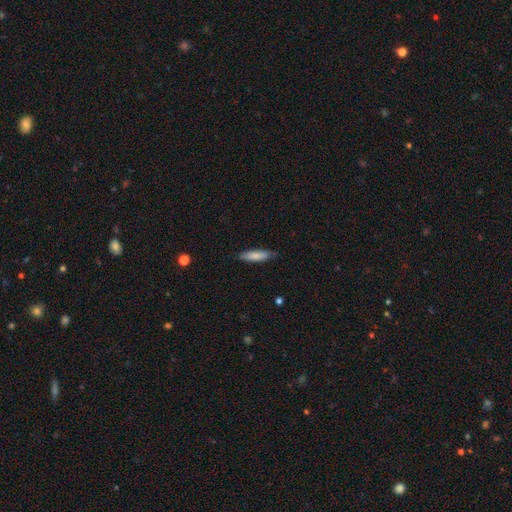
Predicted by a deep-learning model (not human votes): A smooth galaxy with no disk features (80%) that is cigar-shaped (69%). Merging: none (81%).